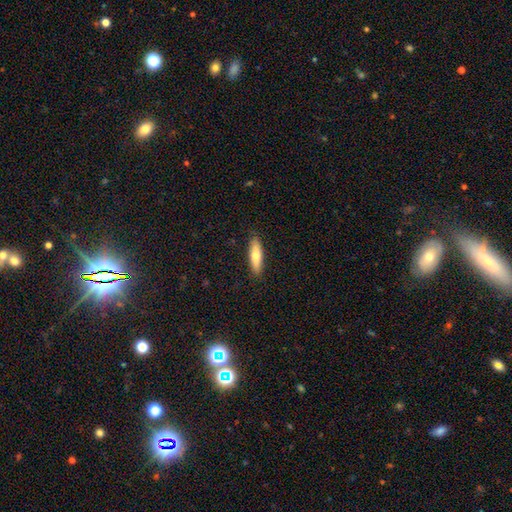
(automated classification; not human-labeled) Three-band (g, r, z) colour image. It shows a smooth galaxy with no disk features (71%) that is cigar-shaped (62%). Merging: none (88%).